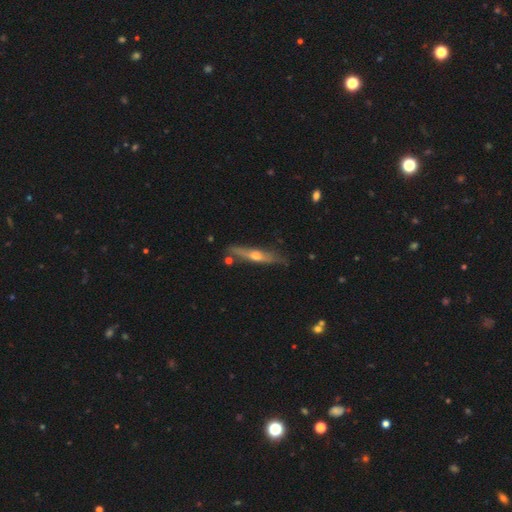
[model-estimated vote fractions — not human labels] Smooth or featured: featured or disk — 65% (smooth — 29%)
Edge-on disk: yes — 93% (no — 7%)
Edge-on bulge: rounded — 89% (none — 7%)
Merging: none — 77% (minor disturbance — 16%)